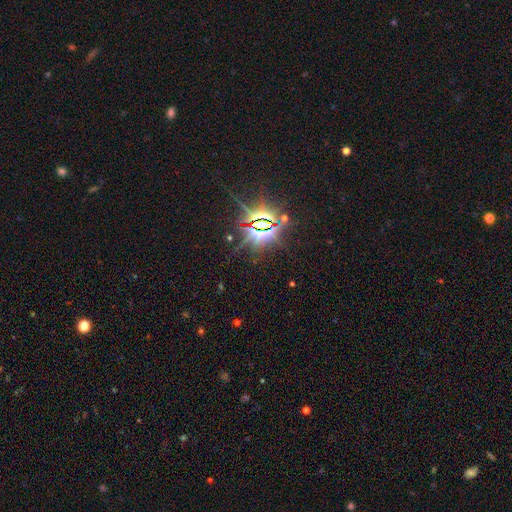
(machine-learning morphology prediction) smooth_or_featured: star or artifact (p=0.85) [alt: featured or disk p=0.09]